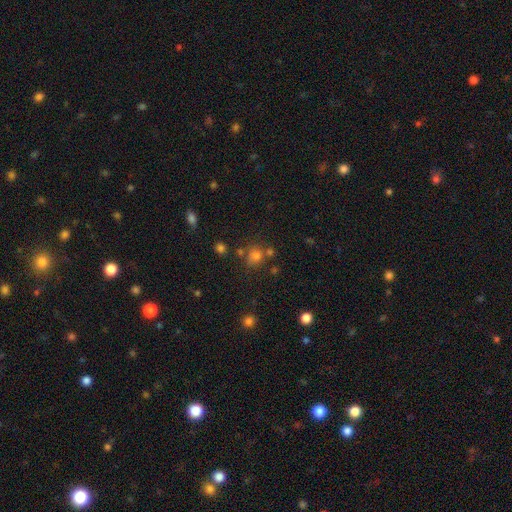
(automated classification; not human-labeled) This is likely a smooth galaxy (71%). How rounded: likely round (79%). Merging: likely none (63%).